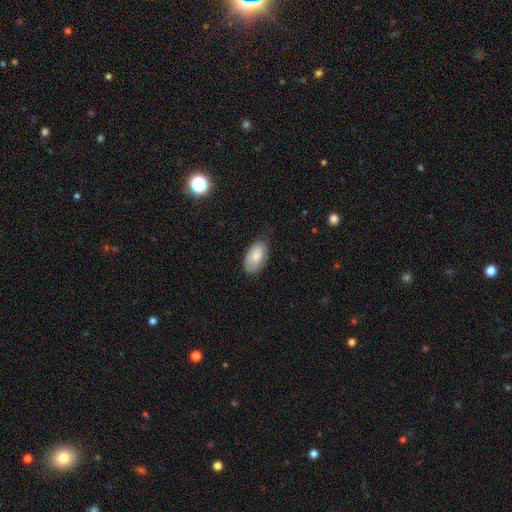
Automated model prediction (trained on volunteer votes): smooth-or-featured: smooth: 79% | featured or disk: 15% | star or artifact: 6%
  how-rounded: in between: 94% | round: 4% | cigar-shaped: 2%
  merging: none: 69% | minor disturbance: 25% | major disturbance: 5% | merger: 1%